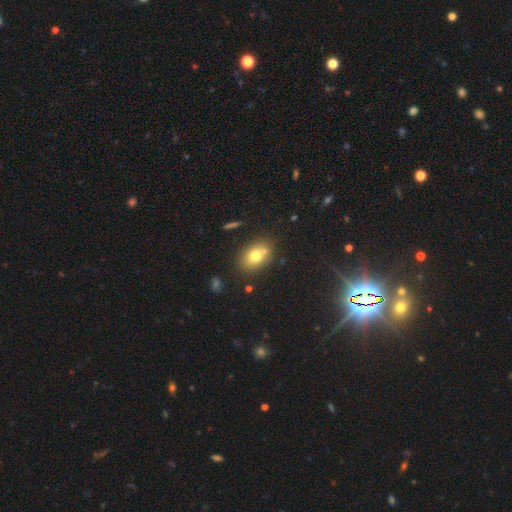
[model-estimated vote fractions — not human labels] Smooth or featured? smooth (73%)
How rounded? in between (77%)
Merging? none (69%)